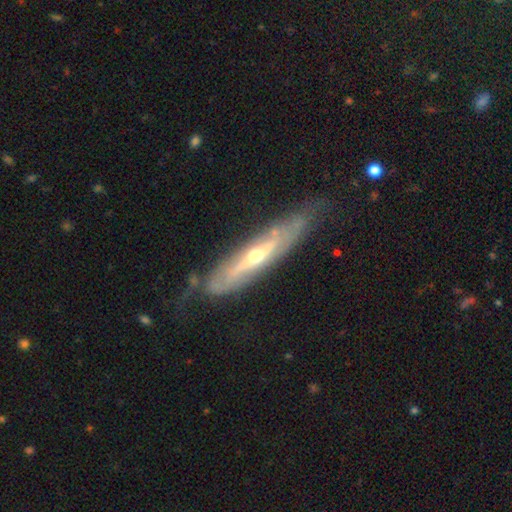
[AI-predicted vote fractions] This is likely a featured or disk galaxy (78%). It is possibly not viewed edge-on (51%). Merging: likely none (62%).